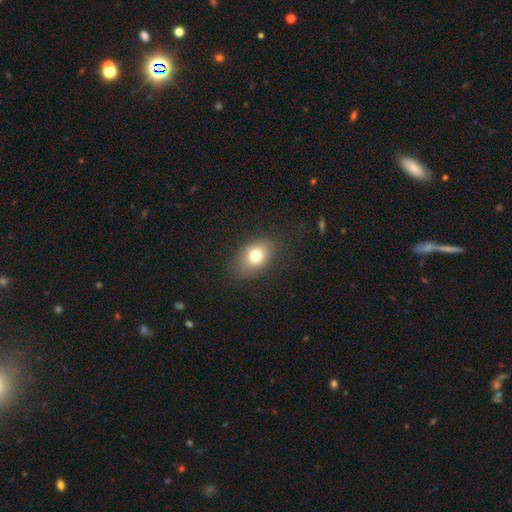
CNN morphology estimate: type=smooth (77%); roundness=in between (76%); merging=none (82%).